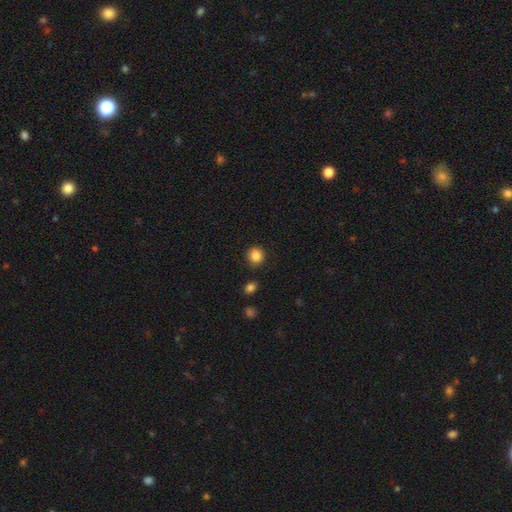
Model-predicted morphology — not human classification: This appears to be a smooth galaxy with no disk features (86%) that is round (88%). Merging: none (87%).